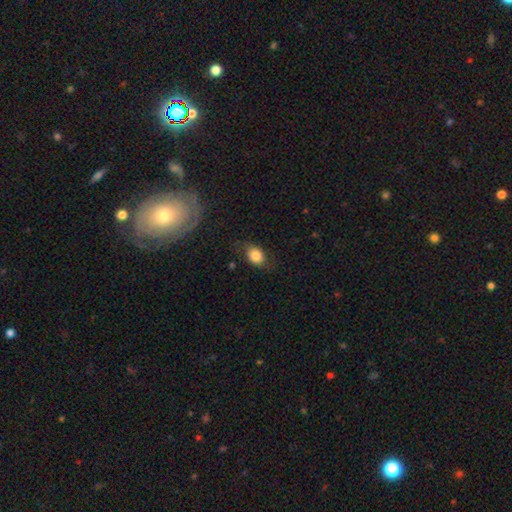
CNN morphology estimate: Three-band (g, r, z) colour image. It shows a smooth galaxy with no disk features (81%) that is in between round and cigar-shaped (75%). Merging: none (68%).